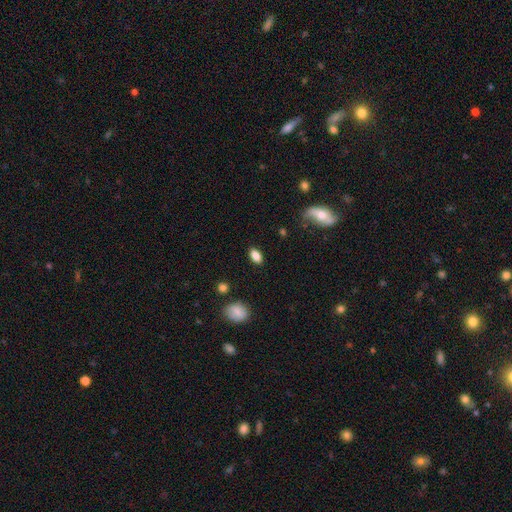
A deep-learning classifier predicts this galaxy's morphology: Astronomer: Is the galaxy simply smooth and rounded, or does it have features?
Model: smooth — 85%.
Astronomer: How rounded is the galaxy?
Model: in between — 89%.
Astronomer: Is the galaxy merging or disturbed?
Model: none — 86%.